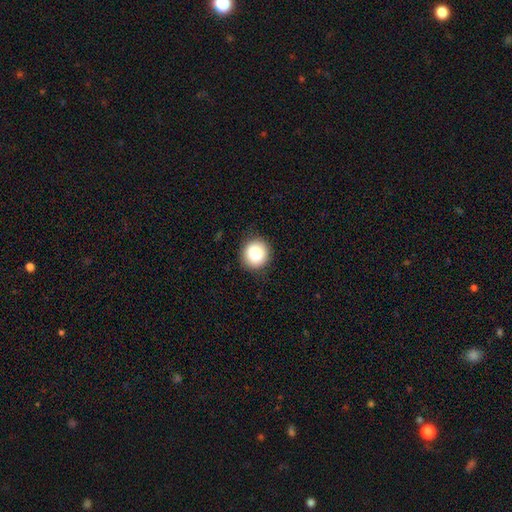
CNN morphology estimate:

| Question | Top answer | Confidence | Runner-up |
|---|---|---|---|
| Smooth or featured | smooth | 84% | star or artifact (9%) |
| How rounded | round | 87% | in between (12%) |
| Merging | none | 88% | minor disturbance (8%) |